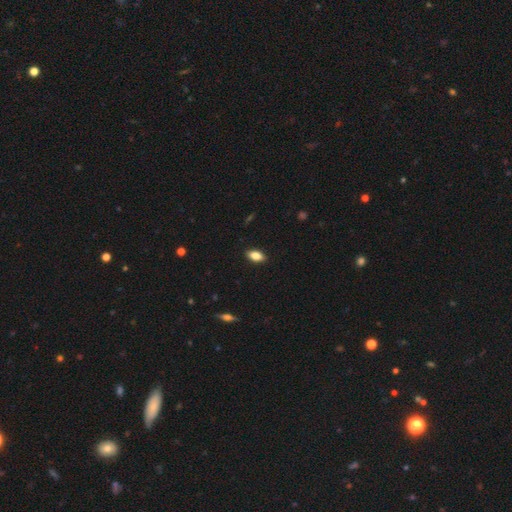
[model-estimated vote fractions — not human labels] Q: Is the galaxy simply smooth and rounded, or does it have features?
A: smooth — 84%.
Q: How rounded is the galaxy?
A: in between — 90%.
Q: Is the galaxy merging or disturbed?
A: none — 88%.